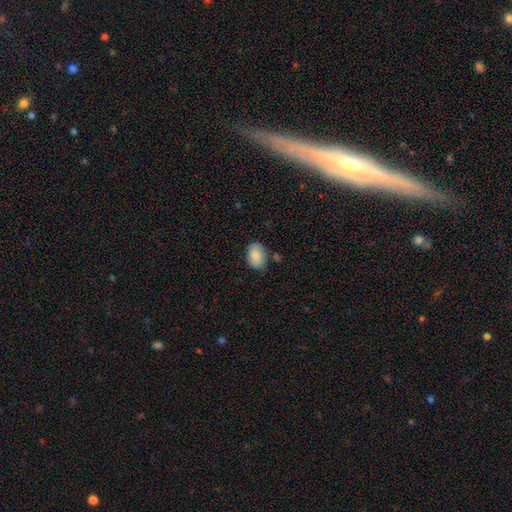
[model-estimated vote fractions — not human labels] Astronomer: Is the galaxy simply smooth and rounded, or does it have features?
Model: smooth — 85%.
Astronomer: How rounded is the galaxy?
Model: in between — 83%.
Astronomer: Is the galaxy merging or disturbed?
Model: none — 75%.